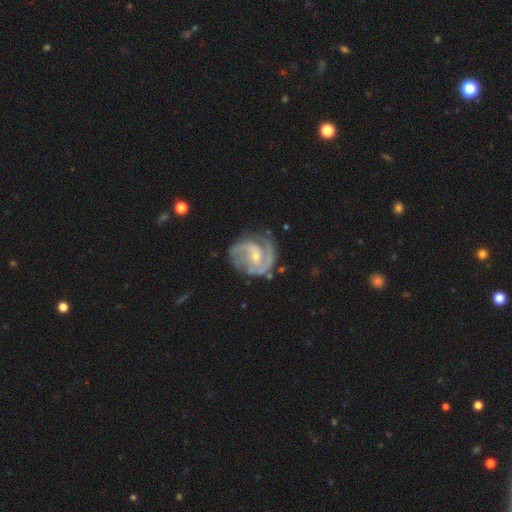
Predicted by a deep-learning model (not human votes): Smooth or featured?
  - featured or disk: 88% *
  - smooth: 6%
  - star or artifact: 5%
Edge-on disk?
  - no: 98% *
  - yes: 2%
Bar?
  - no: 50% *
  - weak: 39%
  - strong: 11%
Spiral arms?
  - yes: 96% *
  - no: 4%
Spiral winding?
  - tight: 44% *
  - medium: 43%
  - loose: 12%
Spiral arm count?
  - 2: 59% *
  - 3: 15%
  - can't tell: 13%
  - 1: 6%
  - 4: 4%
  - more than 4: 3%
Bulge size?
  - small: 69% *
  - moderate: 27%
  - none: 2%
  - large: 1%
  - dominant: 1%
Merging?
  - none: 64% *
  - minor disturbance: 22%
  - major disturbance: 11%
  - merger: 2%